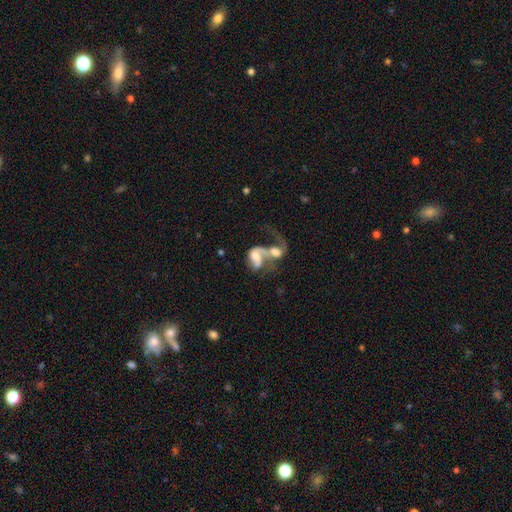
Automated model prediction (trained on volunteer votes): Smooth or featured?
  - featured or disk: 61% *
  - smooth: 31%
  - star or artifact: 8%
Edge-on disk?
  - no: 96% *
  - yes: 4%
Bar?
  - no: 58% *
  - weak: 30%
  - strong: 12%
Spiral arms?
  - yes: 74% *
  - no: 26%
Bulge size?
  - moderate: 37% *
  - large: 21%
  - small: 19%
  - none: 18%
  - dominant: 5%
Merging?
  - merger: 75% *
  - major disturbance: 15%
  - none: 7%
  - minor disturbance: 4%